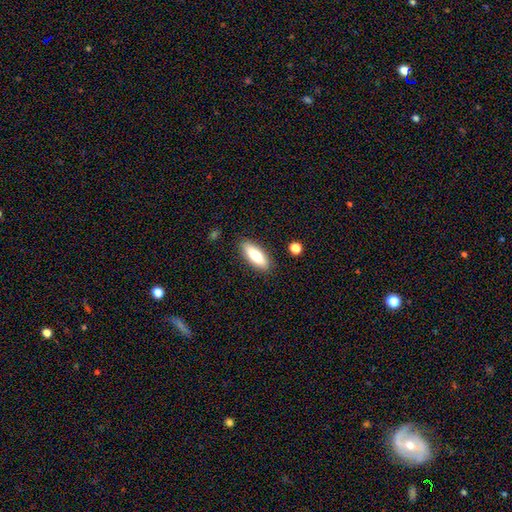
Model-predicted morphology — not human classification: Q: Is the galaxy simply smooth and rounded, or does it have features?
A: smooth — 74%.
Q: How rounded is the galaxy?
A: in between — 61%.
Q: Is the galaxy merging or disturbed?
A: none — 87%.